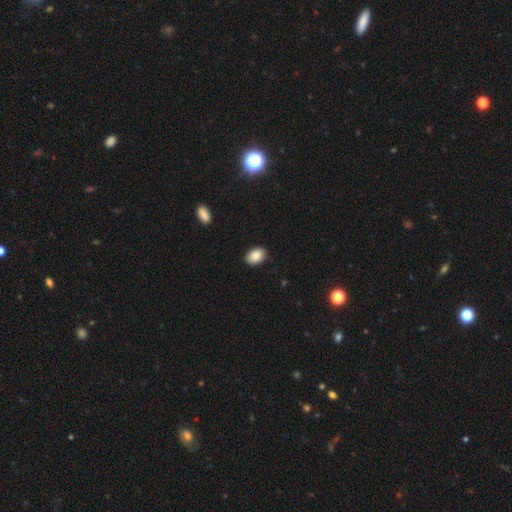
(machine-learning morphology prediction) A smooth galaxy with no disk features (88%) that is in between round and cigar-shaped (87%).

Vote fractions:
- Smooth or featured? smooth: 88% / star or artifact: 7% / featured or disk: 4%
- How rounded? in between: 87% / round: 12% / cigar-shaped: 1%
- Merging? none: 88% / minor disturbance: 9% / major disturbance: 2% / merger: 1%